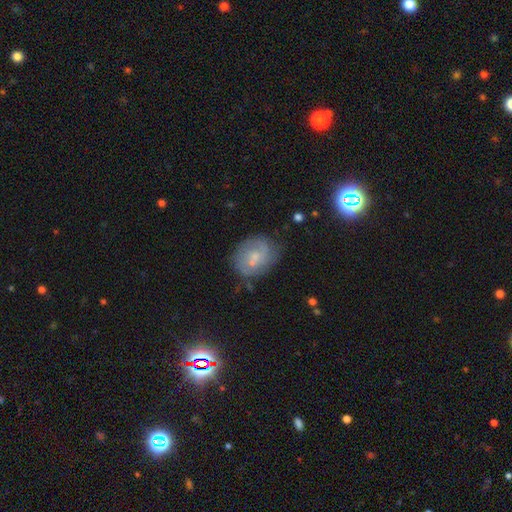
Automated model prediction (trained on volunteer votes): smooth-or-featured: featured or disk: 59% | smooth: 30% | star or artifact: 11%
  disk-edge-on: no: 97% | yes: 3%
    bar: no: 60% | weak: 35% | strong: 5%
    has-spiral-arms: yes: 80% | no: 20%
    bulge-size: small: 66% | moderate: 25% | none: 6% | large: 1% | dominant: 1%
  merging: none: 66% | minor disturbance: 20% | major disturbance: 8% | merger: 7%